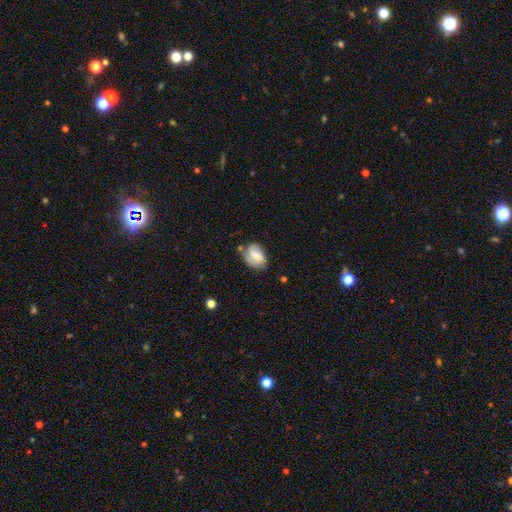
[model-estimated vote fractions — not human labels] Smooth or featured: smooth — 52% (featured or disk — 40%)
How rounded: in between — 70% (round — 29%)
Merging: none — 55% (minor disturbance — 30%)